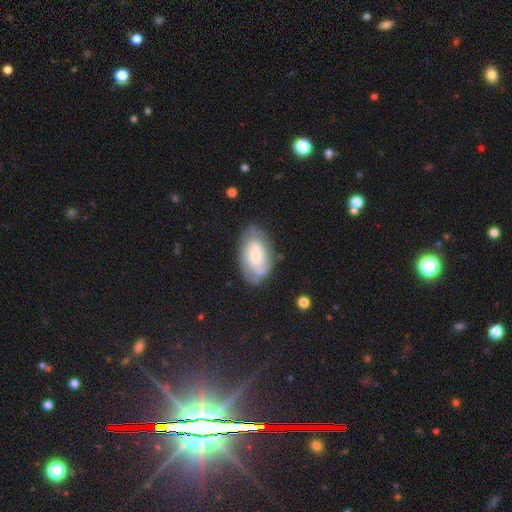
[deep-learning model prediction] Smooth or featured?
  - featured or disk: 61% *
  - smooth: 33%
  - star or artifact: 6%
Edge-on disk?
  - no: 95% *
  - yes: 5%
Bar?
  - no: 74% *
  - weak: 21%
  - strong: 5%
Spiral arms?
  - yes: 77% *
  - no: 23%
Bulge size?
  - small: 61% *
  - moderate: 29%
  - large: 6%
  - none: 3%
  - dominant: 2%
Merging?
  - none: 67% *
  - minor disturbance: 22%
  - major disturbance: 9%
  - merger: 2%